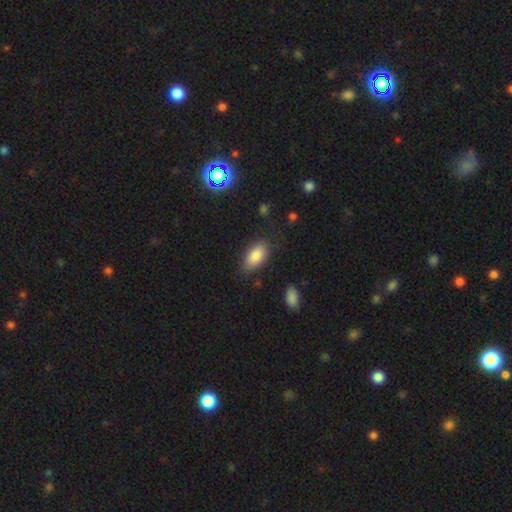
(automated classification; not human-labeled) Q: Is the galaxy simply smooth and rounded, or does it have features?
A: smooth — 85%.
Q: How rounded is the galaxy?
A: in between — 92%.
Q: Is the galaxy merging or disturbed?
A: none — 79%.